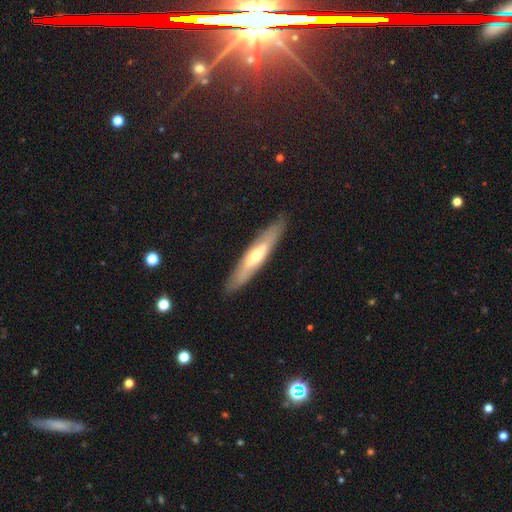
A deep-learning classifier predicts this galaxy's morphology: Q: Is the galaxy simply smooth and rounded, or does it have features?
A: featured or disk — 57%.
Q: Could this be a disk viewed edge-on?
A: yes — 73%.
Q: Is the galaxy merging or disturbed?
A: none — 88%.